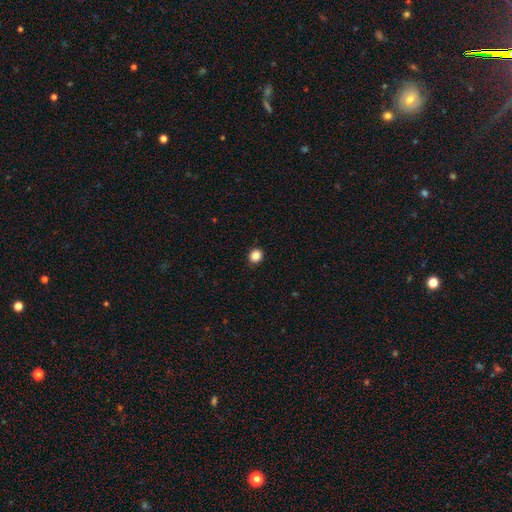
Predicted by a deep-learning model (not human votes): smooth-or-featured: smooth: 86% | star or artifact: 10% | featured or disk: 4%
  how-rounded: round: 76% | in between: 23% | cigar-shaped: 1%
  merging: none: 90% | minor disturbance: 7% | major disturbance: 2% | merger: 1%